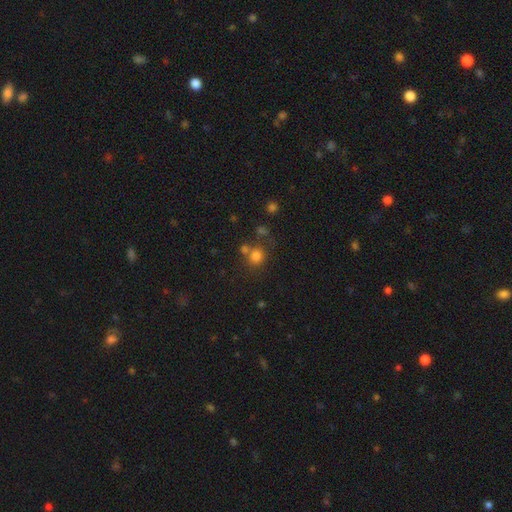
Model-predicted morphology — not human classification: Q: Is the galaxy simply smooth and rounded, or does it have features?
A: smooth — 77%.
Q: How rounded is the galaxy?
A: round — 87%.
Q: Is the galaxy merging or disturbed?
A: none — 63%.